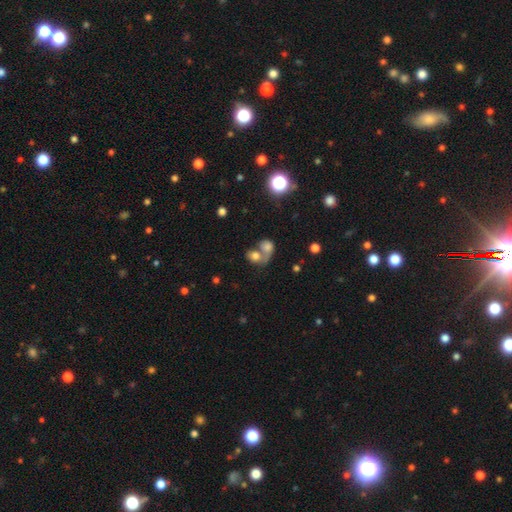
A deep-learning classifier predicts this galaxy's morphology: This appears to be a smooth galaxy with no disk features (71%) that is round (50%). Merging: merger (64%).